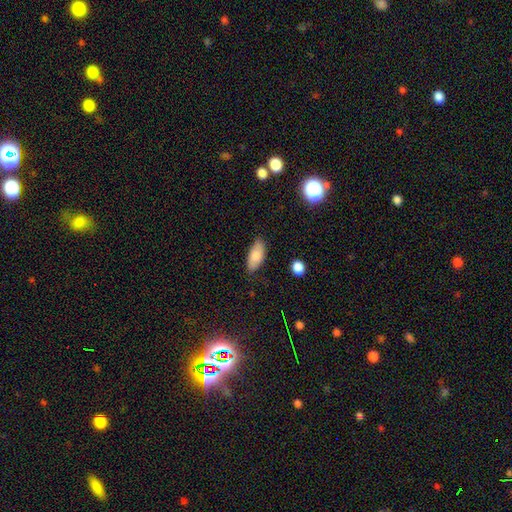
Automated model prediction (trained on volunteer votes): This is clearly a smooth galaxy (80%). How rounded: clearly in between (88%). Merging: likely none (79%).